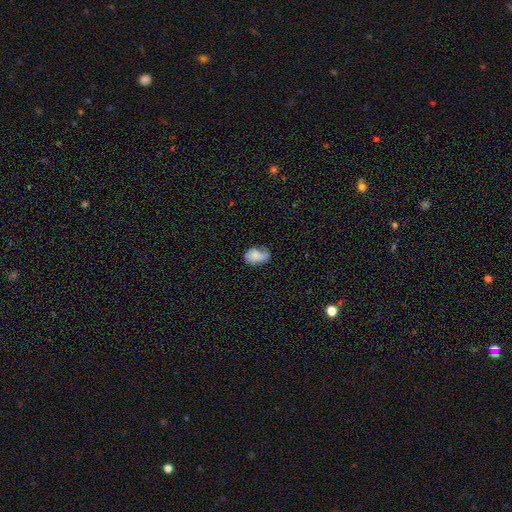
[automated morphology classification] Overall: smooth (68%). How rounded: in between (81%). Merging: none (40%; minor disturbance 34%).